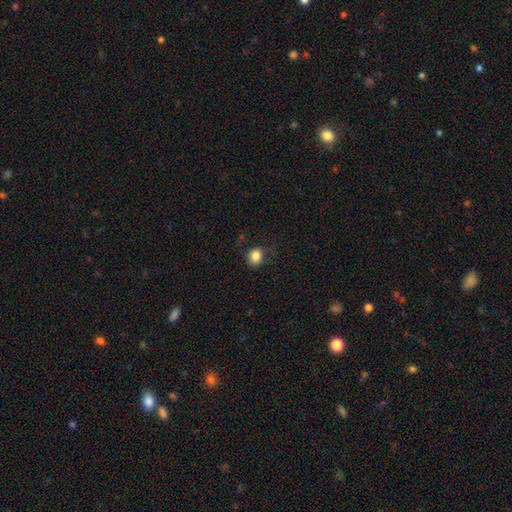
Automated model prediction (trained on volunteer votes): Q: Smooth or featured?
A: smooth (84%); runner-up: star or artifact (11%)
Q: How rounded?
A: round (64%); runner-up: in between (35%)
Q: Merging?
A: none (76%); runner-up: minor disturbance (18%)